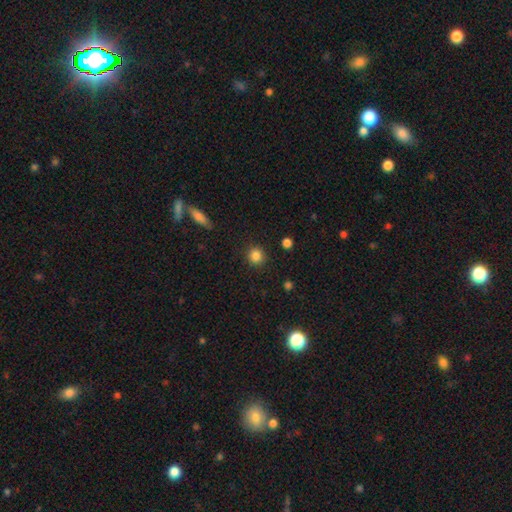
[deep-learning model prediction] A smooth galaxy with no disk features (84%) that is round (91%).

Vote fractions:
- Smooth or featured? smooth: 84% / star or artifact: 11% / featured or disk: 4%
- How rounded? round: 91% / in between: 8% / cigar-shaped: 1%
- Merging? none: 90% / minor disturbance: 7% / major disturbance: 2% / merger: 1%